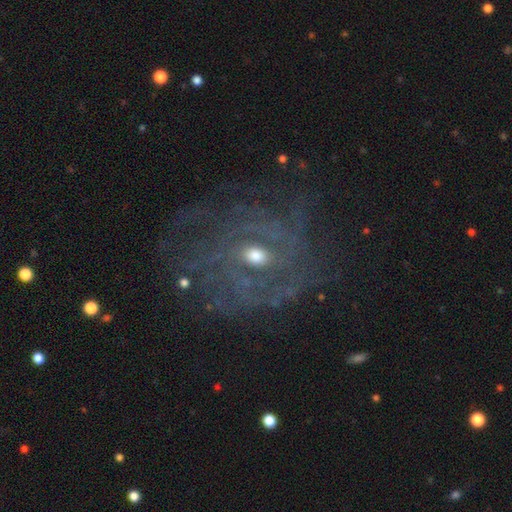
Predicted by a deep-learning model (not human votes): A featured or disk galaxy (81%) with no bar (61%), tight (55%) spiral arms (83%) and a moderate central bulge (57%).

Vote fractions:
- Smooth or featured? featured or disk: 81% / star or artifact: 10% / smooth: 9%
- Edge-on disk? no: 97% / yes: 3%
- Bar? no: 61% / weak: 28% / strong: 10%
- Spiral arms? yes: 83% / no: 17%
- Spiral winding? tight: 55% / medium: 31% / loose: 14%
- Spiral arm count? can't tell: 36% / 2: 23% / 3: 13% / 4: 10% / more than 4: 10% / 1: 9%
- Bulge size? moderate: 57% / small: 33% / large: 6% / none: 2% / dominant: 2%
- Merging? none: 67% / minor disturbance: 16% / major disturbance: 15% / merger: 2%